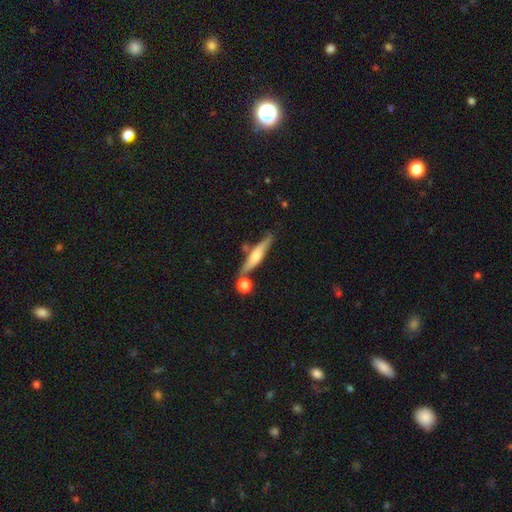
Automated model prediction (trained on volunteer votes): Overall: featured or disk (59%; smooth 35%). Edge-on disk: yes (93%). Edge-on bulge: rounded (82%). Merging: none (69%).